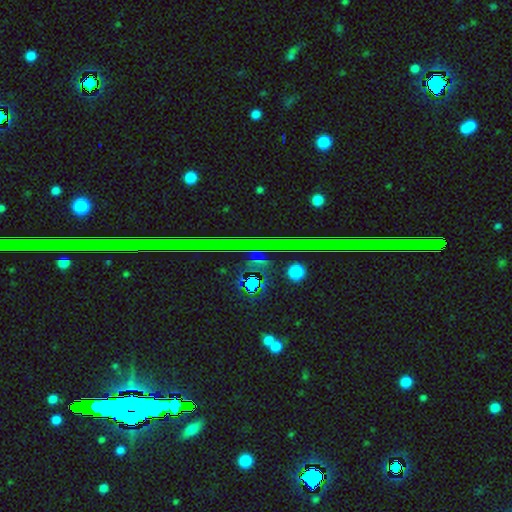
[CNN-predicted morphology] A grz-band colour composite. It shows a star or artifact, not a galaxy (76%).